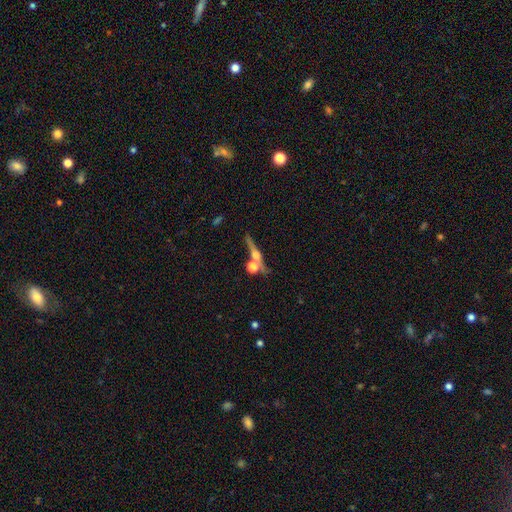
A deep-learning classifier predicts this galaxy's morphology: This appears to be a featured or disk galaxy (57%) viewed edge-on (89%) with a rounded central bulge (86%). Merging: none (63%).